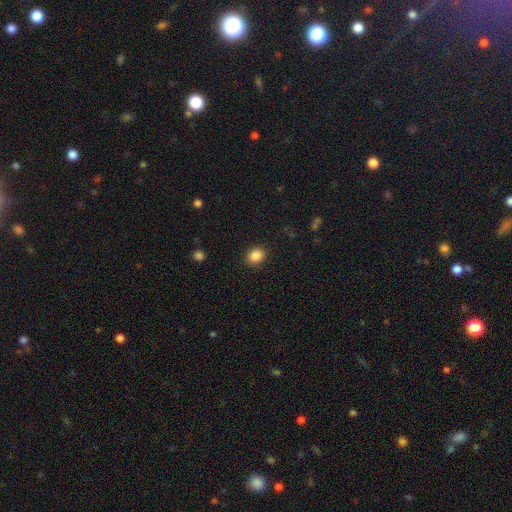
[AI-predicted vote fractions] This is clearly a smooth galaxy (87%). How rounded: likely round (61%). Merging: clearly none (90%).